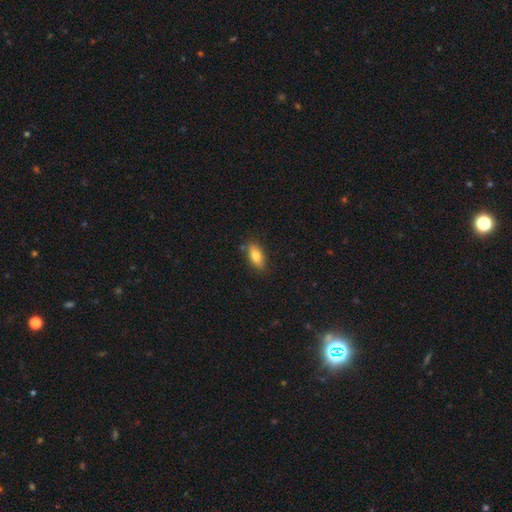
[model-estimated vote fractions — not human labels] Overall: smooth (80%). How rounded: in between (88%). Merging: none (82%).